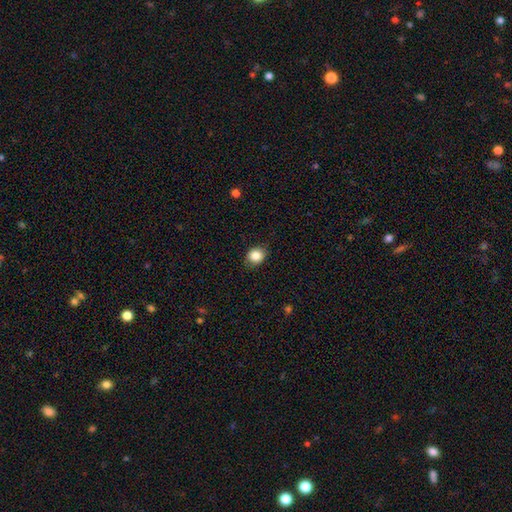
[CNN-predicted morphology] Smooth or featured? smooth (84%)
How rounded? round (64%)
Merging? none (82%)